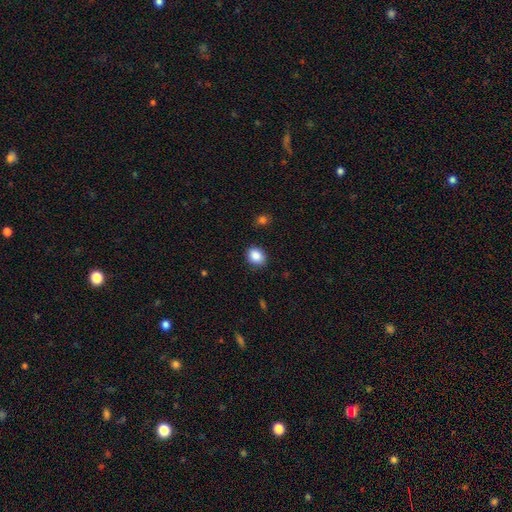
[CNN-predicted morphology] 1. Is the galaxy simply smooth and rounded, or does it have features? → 87% smooth, 9% star or artifact, 4% featured or disk.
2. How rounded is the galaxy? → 53% round, 46% in between, 1% cigar-shaped.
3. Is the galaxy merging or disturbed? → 85% none, 11% minor disturbance, 2% major disturbance, 1% merger.